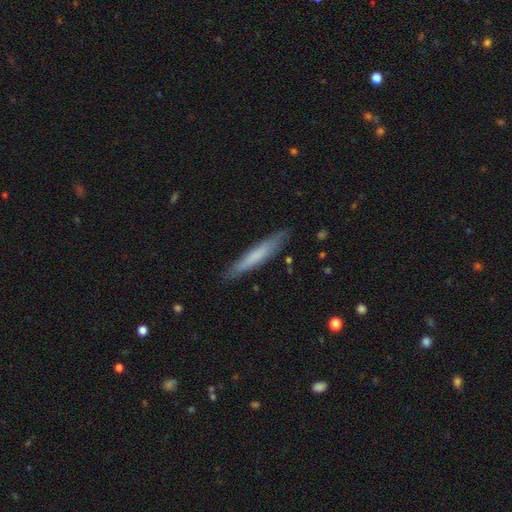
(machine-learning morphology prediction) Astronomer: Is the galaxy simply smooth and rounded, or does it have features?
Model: smooth — 63%.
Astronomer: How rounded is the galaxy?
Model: cigar-shaped — 94%.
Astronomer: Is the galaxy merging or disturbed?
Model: none — 87%.